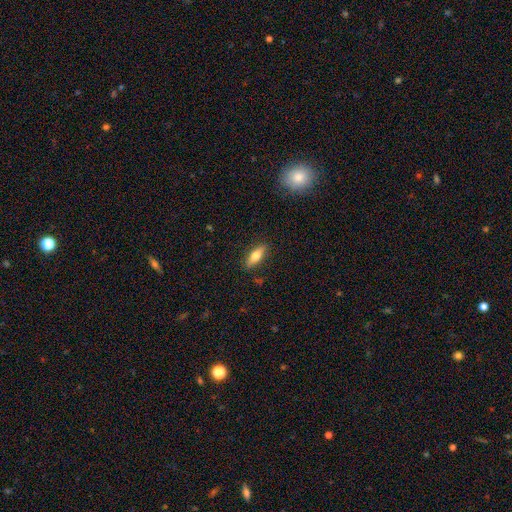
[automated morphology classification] Q: Smooth or featured?
A: smooth (66%); runner-up: featured or disk (27%)
Q: How rounded?
A: in between (58%); runner-up: cigar-shaped (40%)
Q: Merging?
A: none (87%); runner-up: minor disturbance (10%)